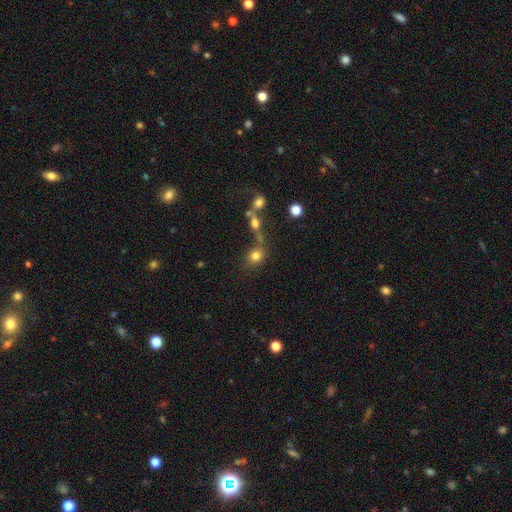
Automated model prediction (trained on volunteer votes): Smooth or featured?
  - smooth: 77% *
  - star or artifact: 13%
  - featured or disk: 10%
How rounded?
  - round: 70% *
  - in between: 28%
  - cigar-shaped: 2%
Merging?
  - none: 58% *
  - merger: 22%
  - minor disturbance: 12%
  - major disturbance: 8%